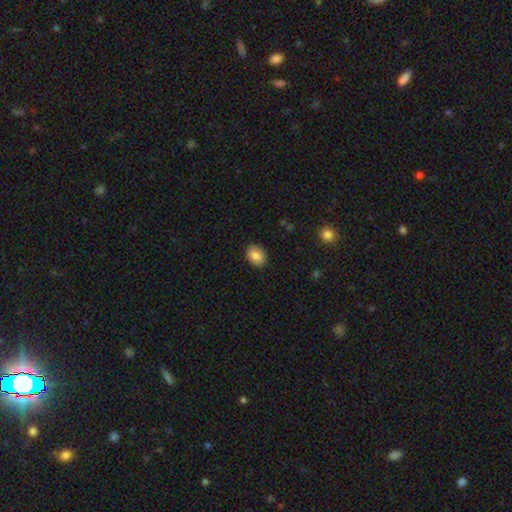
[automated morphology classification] The model was most divided on "how rounded": in between: 67%, round: 32%, cigar-shaped: 1%. More confident: merging — none (87%); smooth or featured — smooth (83%).